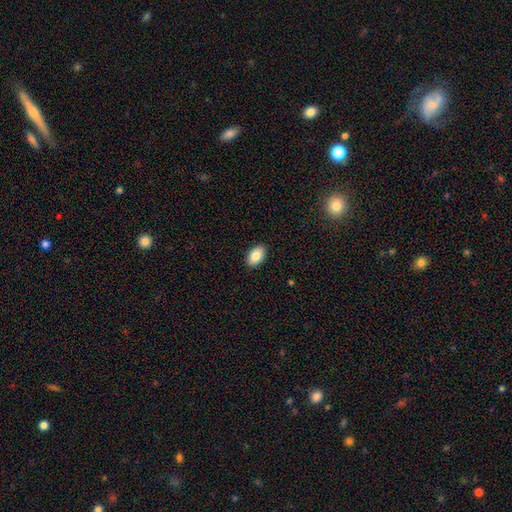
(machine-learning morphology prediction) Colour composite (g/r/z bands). It shows a smooth galaxy with no disk features (86%) that is in between round and cigar-shaped (93%). Merging: none (90%).